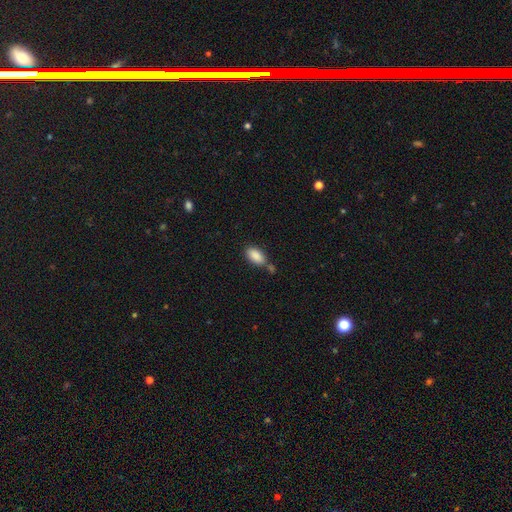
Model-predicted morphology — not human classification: This is clearly a smooth galaxy (88%). How rounded: clearly in between (92%). Merging: possibly none (57%).